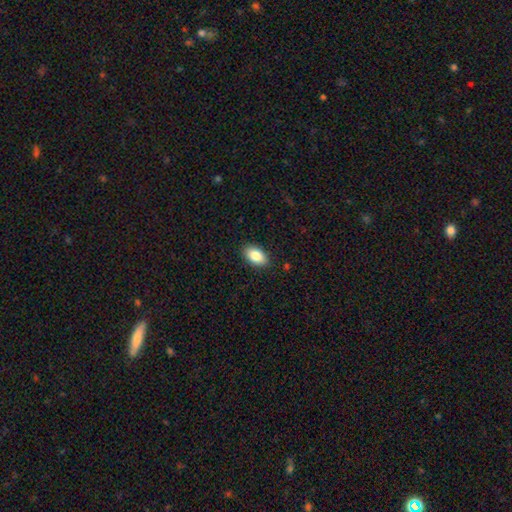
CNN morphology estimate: Smooth or featured? Predicted: smooth (p=0.84). How rounded? Predicted: in between (p=0.91). Merging? Predicted: none (p=0.88).